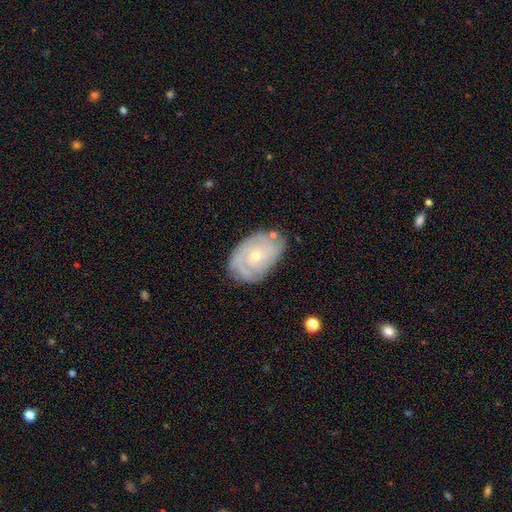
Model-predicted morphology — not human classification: Overall: featured or disk (76%). Edge-on disk: no (96%). Bar: no (78%). Spiral arms: yes (88%). Spiral arm count: can't tell (46%; 2 18%). Spiral winding: tight (71%). Bulge size: small (61%; moderate 36%). Merging: none (70%).